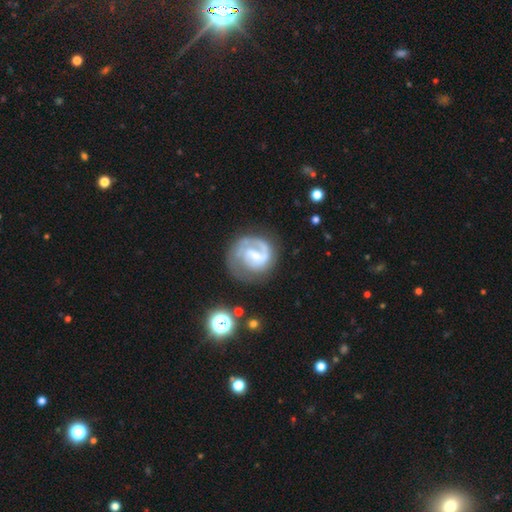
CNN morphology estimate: type=featured or disk (76%); edge-on=no (98%); bar=weak (50%); spiral arms=yes (89%); winding=tight (42%); arm count=1 (57%); bulge=small (32%); merging=none (56%).